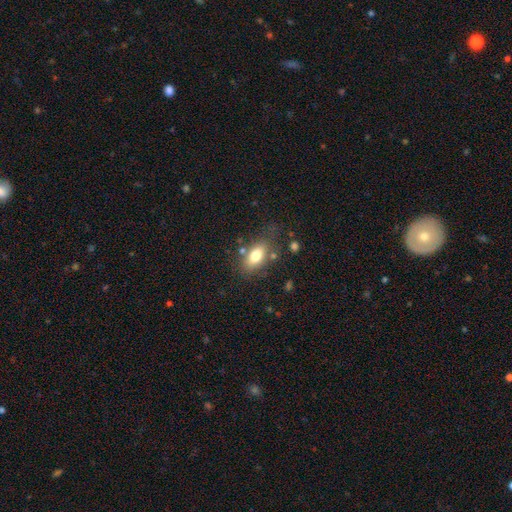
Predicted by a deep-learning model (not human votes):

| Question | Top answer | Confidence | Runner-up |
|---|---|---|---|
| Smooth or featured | smooth | 77% | featured or disk (16%) |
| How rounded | in between | 86% | round (8%) |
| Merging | none | 70% | minor disturbance (17%) |